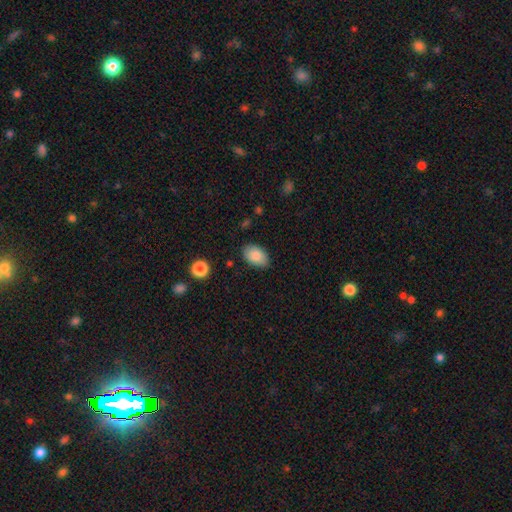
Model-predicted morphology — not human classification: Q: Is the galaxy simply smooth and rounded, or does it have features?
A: smooth — 84%.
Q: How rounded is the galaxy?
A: in between — 90%.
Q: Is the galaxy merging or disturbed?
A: none — 82%.